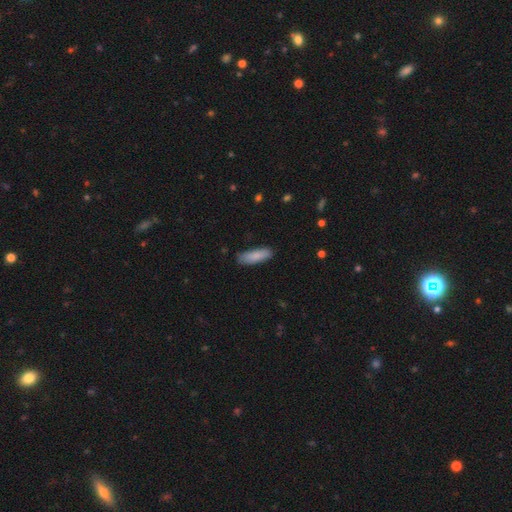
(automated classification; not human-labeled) Overall: smooth (85%). How rounded: cigar-shaped (53%; in between 45%). Merging: none (83%).